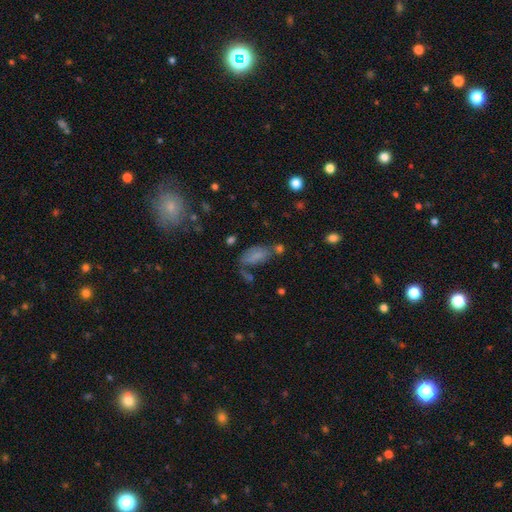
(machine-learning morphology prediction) Smooth or featured? Predicted: smooth (p=0.67). How rounded? Predicted: in between (p=0.87). Merging? Predicted: none (p=0.41).